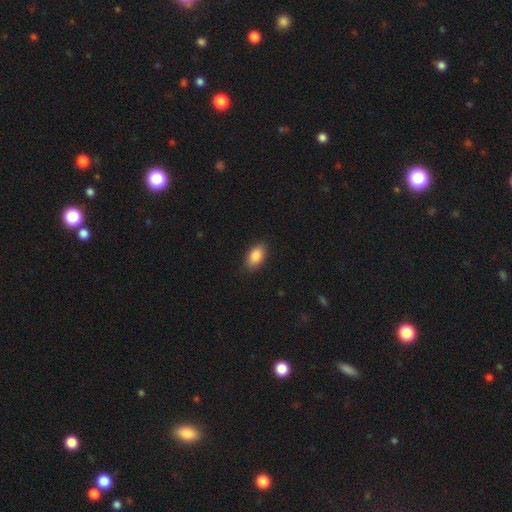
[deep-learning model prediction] The model was most divided on "merging": none: 87%, minor disturbance: 10%, major disturbance: 2%, merger: 1%. More confident: how rounded — in between (91%); smooth or featured — smooth (87%).